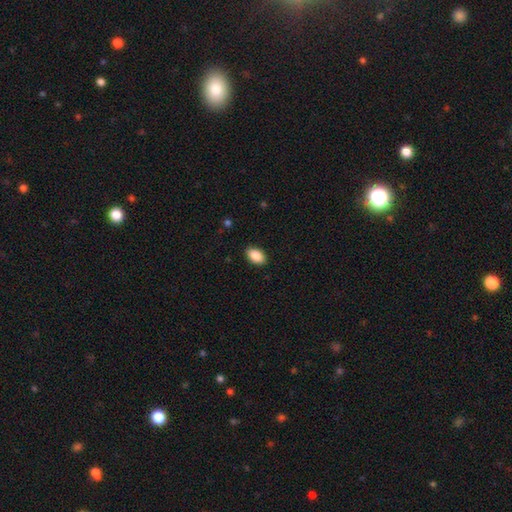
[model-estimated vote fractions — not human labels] Smooth or featured? smooth (89%)
How rounded? in between (91%)
Merging? none (89%)